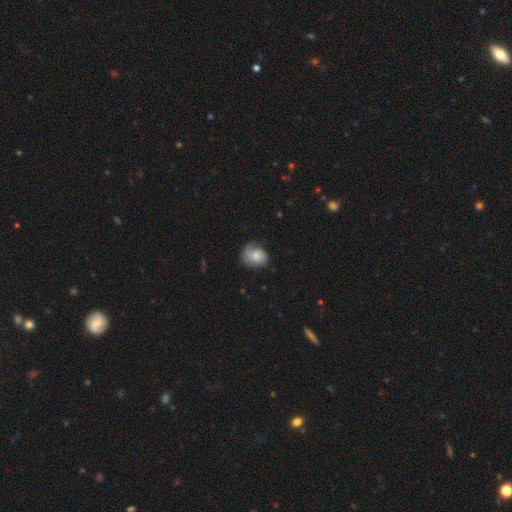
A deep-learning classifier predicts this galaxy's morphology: smooth 61%, featured or disk 31%, star or artifact 8%. Down the decision tree: how rounded — round (59%); merging — none (52%).